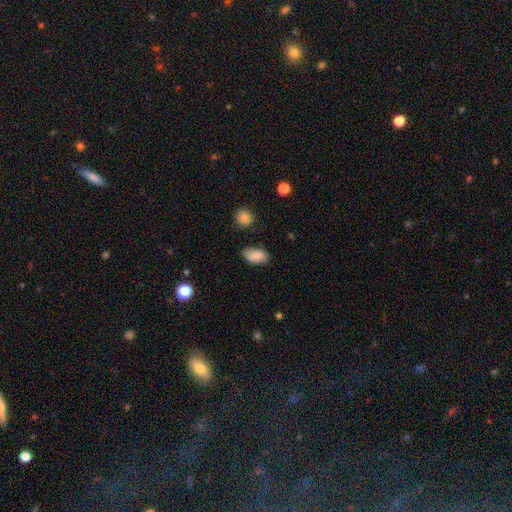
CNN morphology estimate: type=smooth (84%); roundness=in between (92%); merging=none (78%).